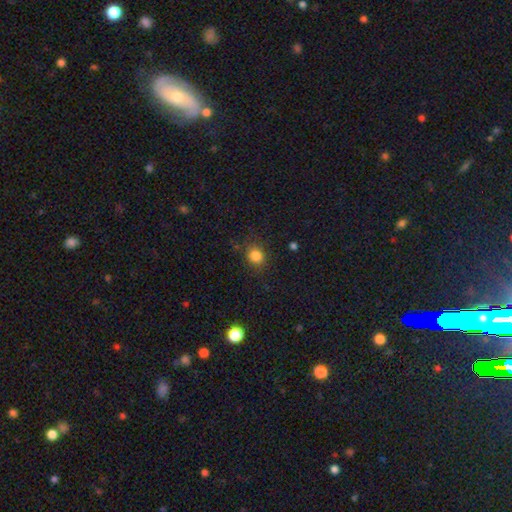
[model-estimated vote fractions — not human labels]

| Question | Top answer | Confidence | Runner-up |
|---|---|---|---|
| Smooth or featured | smooth | 83% | star or artifact (12%) |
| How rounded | round | 81% | in between (18%) |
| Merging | none | 83% | minor disturbance (11%) |